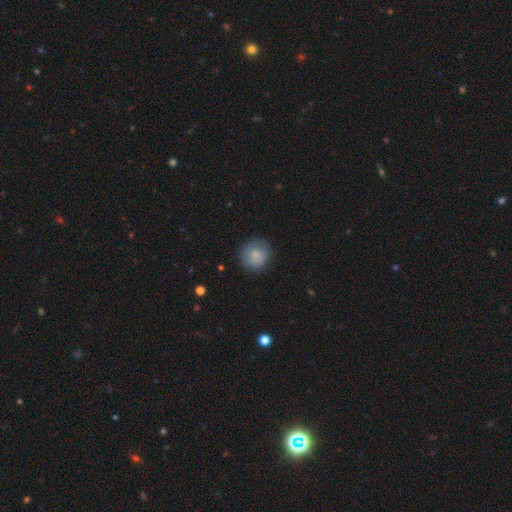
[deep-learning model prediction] smooth 81%, featured or disk 11%, star or artifact 8%. Down the decision tree: how rounded — round (88%); merging — none (83%).